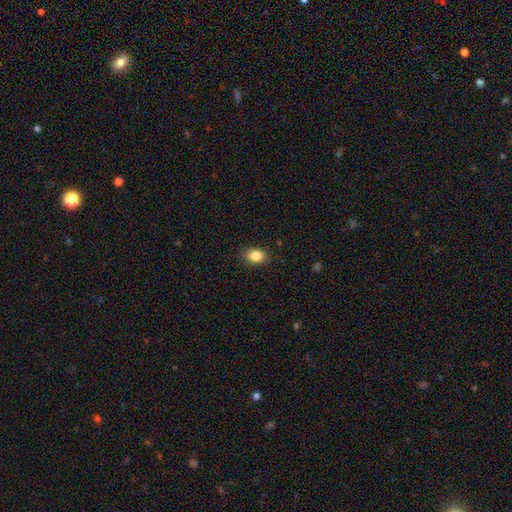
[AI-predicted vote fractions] Smooth or featured? smooth (85%)
How rounded? in between (68%)
Merging? none (87%)